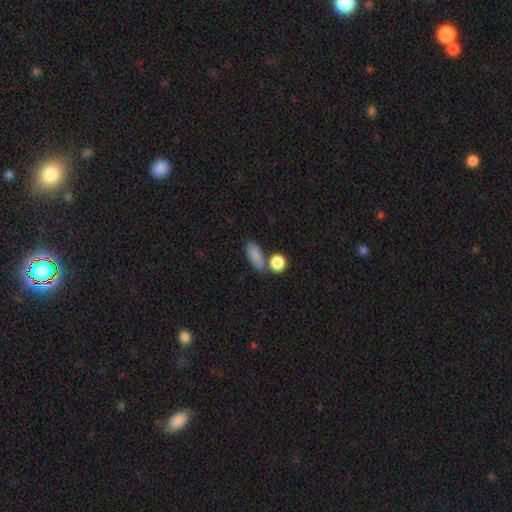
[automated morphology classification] smooth 84%, star or artifact 8%, featured or disk 7%. Down the decision tree: how rounded — in between (70%); merging — none (62%).